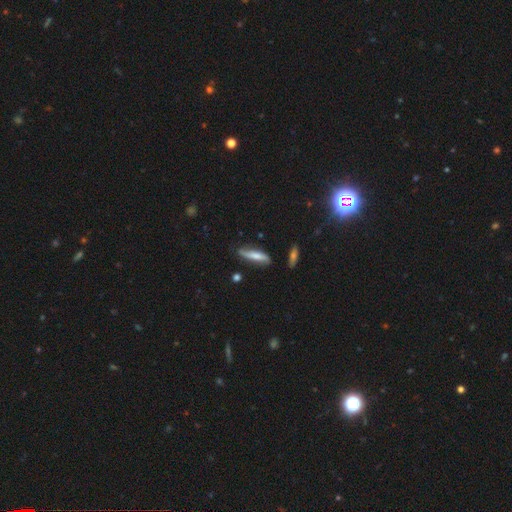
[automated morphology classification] smooth-or-featured: smooth: 53% | featured or disk: 40% | star or artifact: 7%
  how-rounded: cigar-shaped: 75% | in between: 23% | round: 2%
  merging: none: 66% | minor disturbance: 25% | major disturbance: 6% | merger: 3%